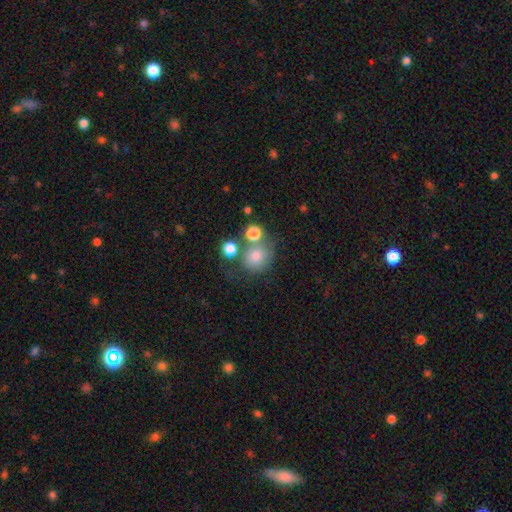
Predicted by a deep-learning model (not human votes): Smooth or featured? smooth (74%)
How rounded? round (84%)
Merging? none (56%)